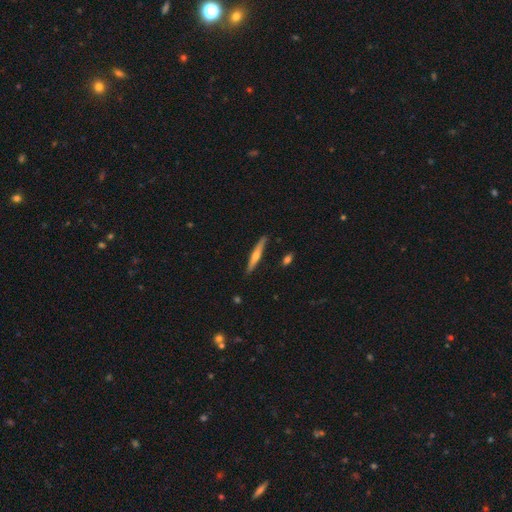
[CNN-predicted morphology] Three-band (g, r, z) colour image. It shows a featured or disk galaxy (58%) viewed edge-on (96%) with a rounded central bulge (81%). Merging: none (87%).